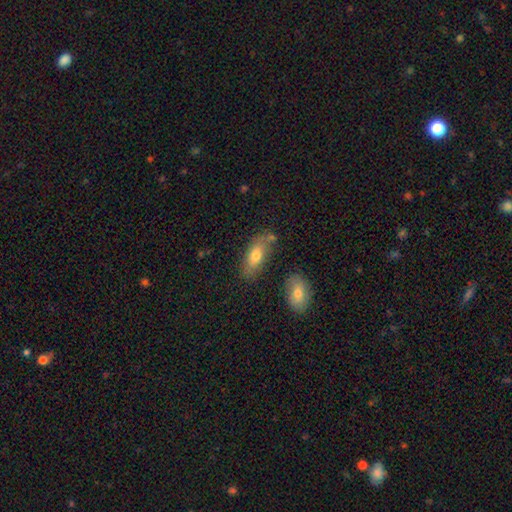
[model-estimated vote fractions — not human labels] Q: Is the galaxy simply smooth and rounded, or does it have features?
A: smooth — 71%.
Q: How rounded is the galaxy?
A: in between — 82%.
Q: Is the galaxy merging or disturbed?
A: none — 68%.